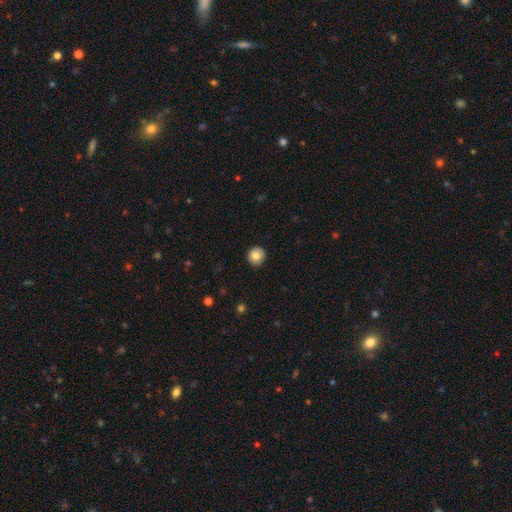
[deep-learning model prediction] Smooth or featured? smooth (80%)
How rounded? round (92%)
Merging? none (91%)